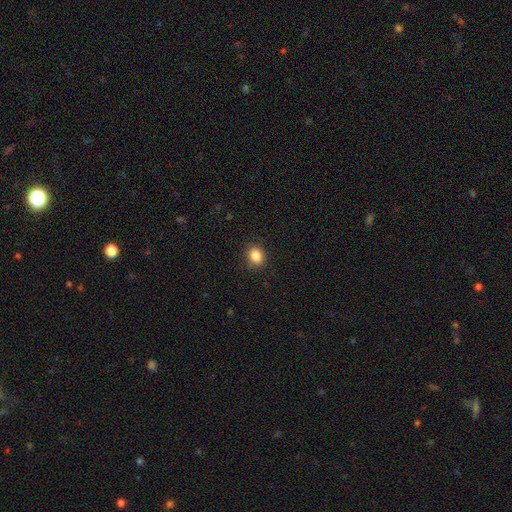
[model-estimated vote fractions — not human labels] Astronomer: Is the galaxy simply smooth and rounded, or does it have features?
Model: smooth — 86%.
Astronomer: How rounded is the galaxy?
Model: round — 50% (runner-up: in between, 49%).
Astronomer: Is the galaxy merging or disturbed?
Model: none — 86%.